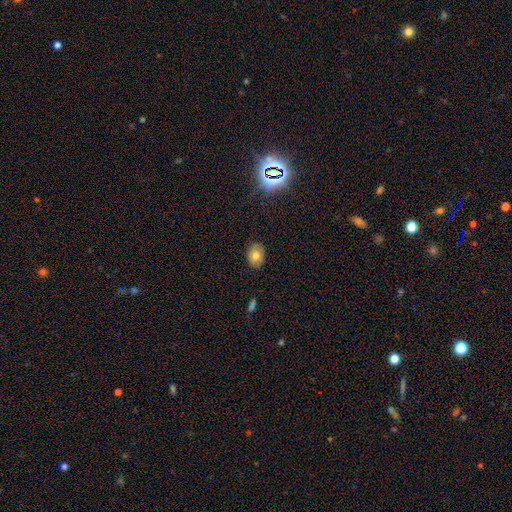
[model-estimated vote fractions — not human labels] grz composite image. It shows a smooth galaxy with no disk features (72%) that is in between round and cigar-shaped (75%). Merging: none (83%).